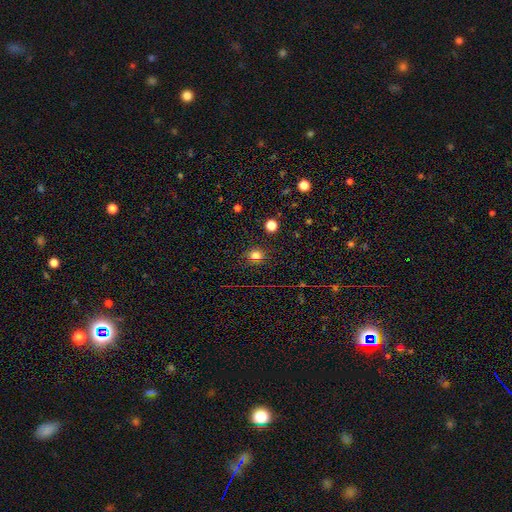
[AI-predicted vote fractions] Q: Smooth or featured?
A: smooth (73%); runner-up: star or artifact (22%)
Q: How rounded?
A: round (80%); runner-up: in between (19%)
Q: Merging?
A: none (86%); runner-up: minor disturbance (9%)